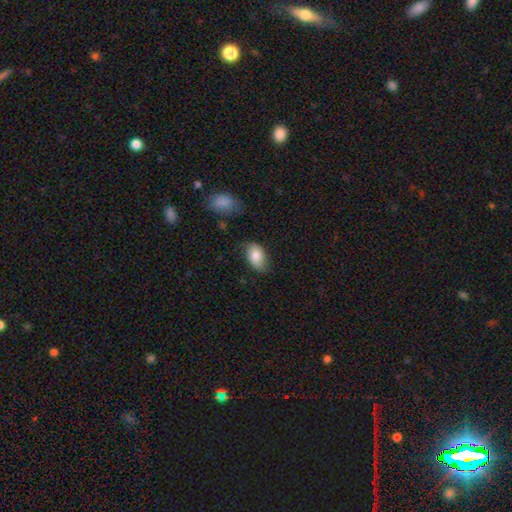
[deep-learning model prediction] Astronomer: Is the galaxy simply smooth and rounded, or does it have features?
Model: smooth — 81%.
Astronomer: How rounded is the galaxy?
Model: in between — 91%.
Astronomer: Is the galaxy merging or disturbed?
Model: none — 71%.